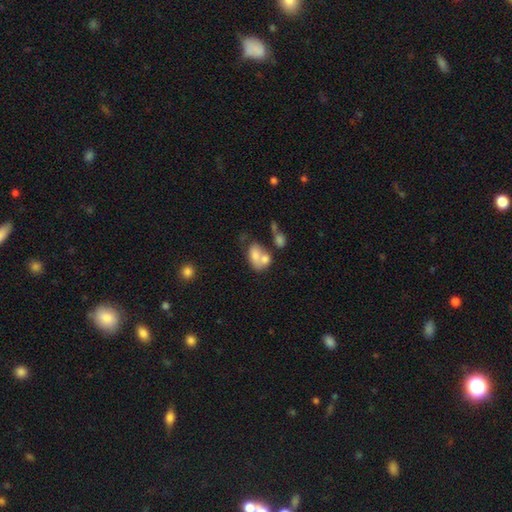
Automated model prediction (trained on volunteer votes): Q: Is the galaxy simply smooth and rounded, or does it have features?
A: smooth — 67%.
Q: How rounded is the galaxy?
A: in between — 81%.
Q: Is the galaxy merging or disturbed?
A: merger — 58%.